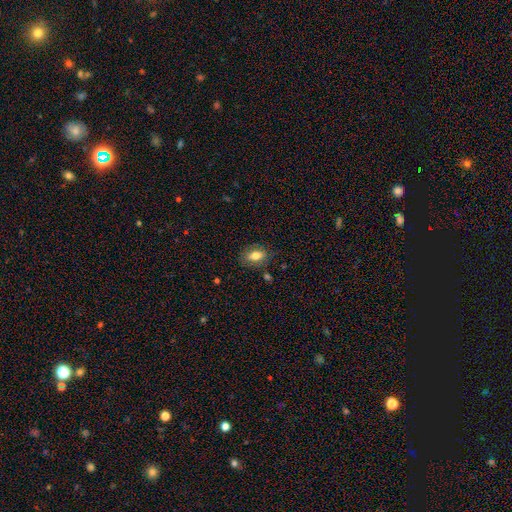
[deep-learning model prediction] smooth 76%, featured or disk 16%, star or artifact 8%. Down the decision tree: how rounded — in between (86%); merging — none (79%).